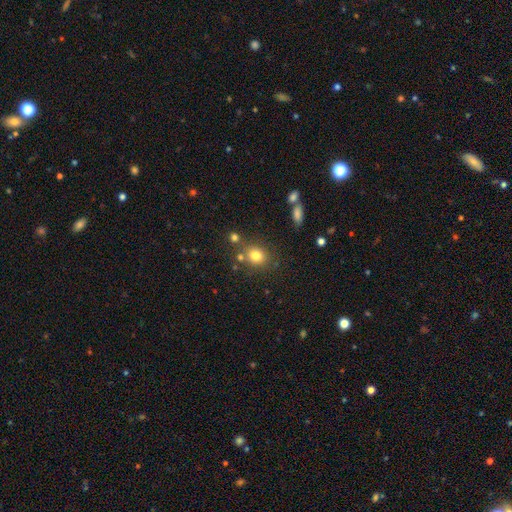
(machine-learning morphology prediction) type=smooth (78%); roundness=round (72%); merging=none (72%).